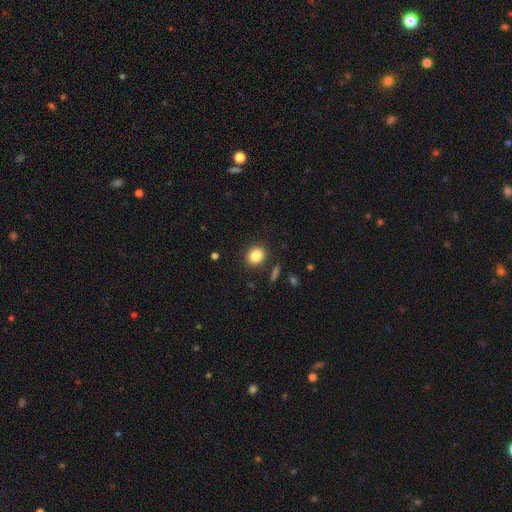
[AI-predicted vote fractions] This appears to be a smooth galaxy with no disk features (86%) that is round (66%). Merging: none (87%).